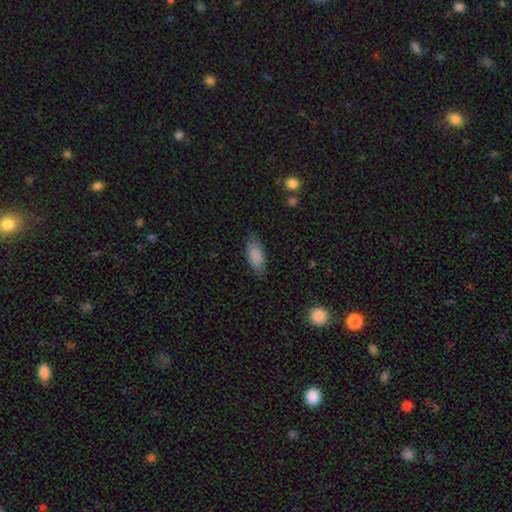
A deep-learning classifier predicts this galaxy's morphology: This appears to be a smooth galaxy with no disk features (87%) that is in between round and cigar-shaped (86%). Merging: none (81%).